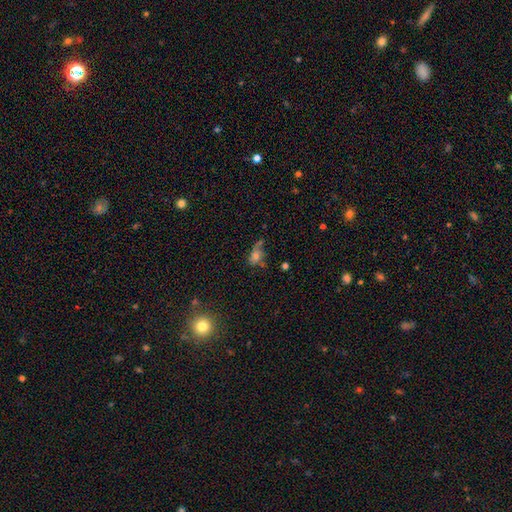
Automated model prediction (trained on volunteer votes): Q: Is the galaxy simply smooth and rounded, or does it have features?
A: smooth — 52%.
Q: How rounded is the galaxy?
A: in between — 65%.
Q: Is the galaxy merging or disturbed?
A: none — 40%.